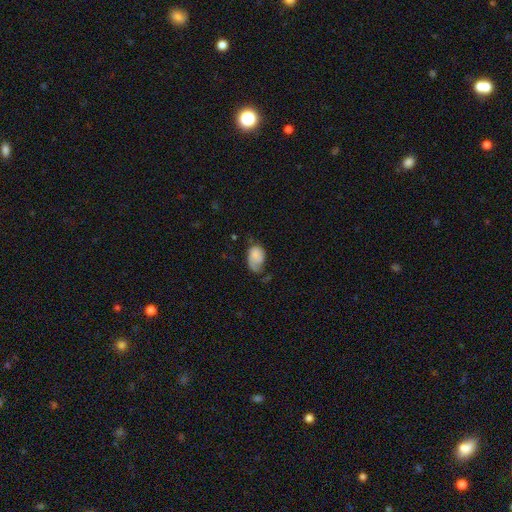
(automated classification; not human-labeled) A smooth galaxy with no disk features (70%) that is in between round and cigar-shaped (87%). Merging: minor disturbance (35%).